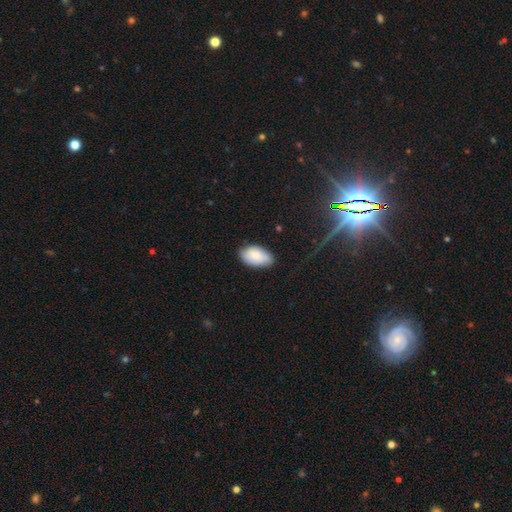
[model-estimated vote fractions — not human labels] Q: Smooth or featured?
A: smooth (80%); runner-up: featured or disk (13%)
Q: How rounded?
A: in between (94%); runner-up: round (5%)
Q: Merging?
A: none (71%); runner-up: minor disturbance (23%)